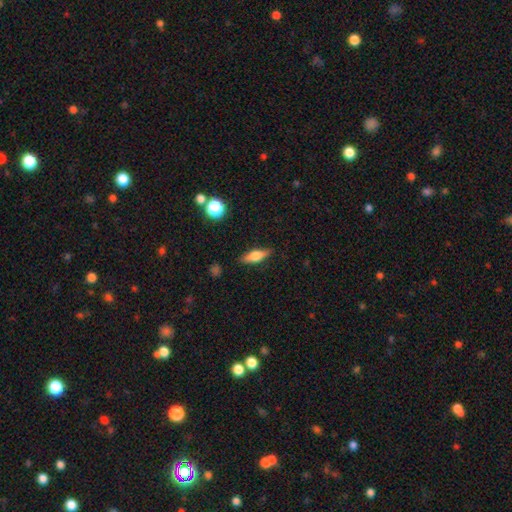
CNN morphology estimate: smooth_or_featured: smooth (p=0.56) [alt: featured or disk p=0.36]
how_rounded: in between (p=0.56) [alt: cigar-shaped p=0.39]
merging: none (p=0.86) [alt: minor disturbance p=0.11]